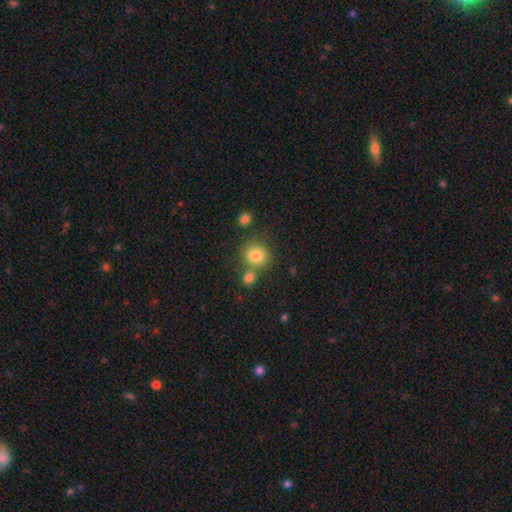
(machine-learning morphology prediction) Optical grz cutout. It shows a smooth galaxy with no disk features (82%) that is round (85%). Merging: none (67%).